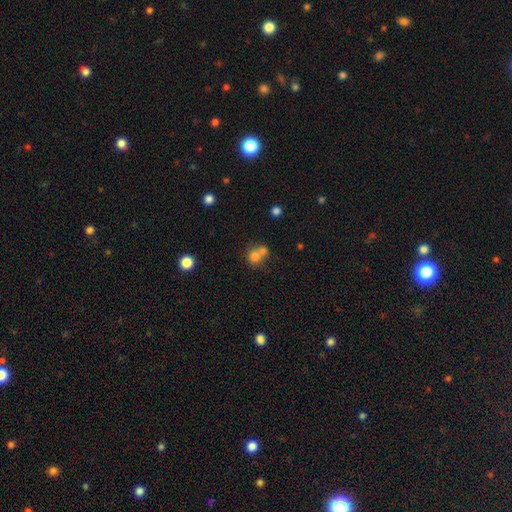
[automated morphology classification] Q: Smooth or featured?
A: smooth (74%); runner-up: featured or disk (14%)
Q: How rounded?
A: round (79%); runner-up: in between (20%)
Q: Merging?
A: merger (55%); runner-up: none (35%)